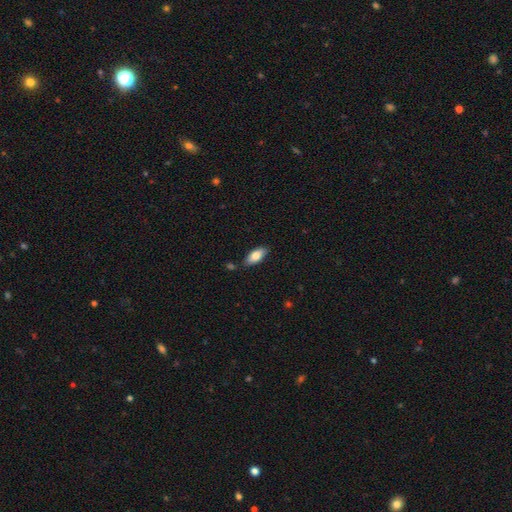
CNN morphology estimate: smooth-or-featured: smooth: 78% | featured or disk: 16% | star or artifact: 6%
  how-rounded: in between: 86% | cigar-shaped: 12% | round: 2%
  merging: none: 82% | minor disturbance: 12% | merger: 4% | major disturbance: 2%